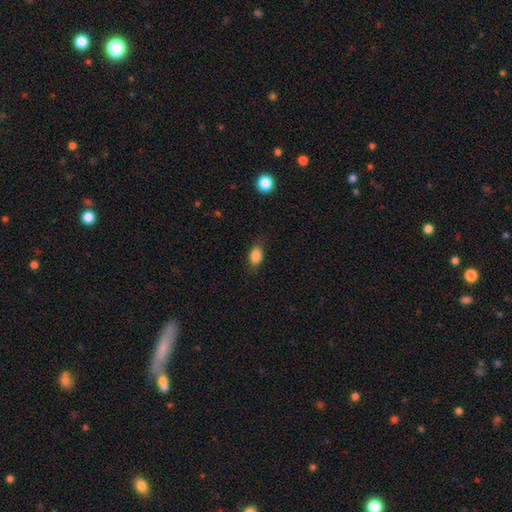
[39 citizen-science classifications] A smooth galaxy with no disk features (90%) that is in between round and cigar-shaped (77%). Merging: none (76%).